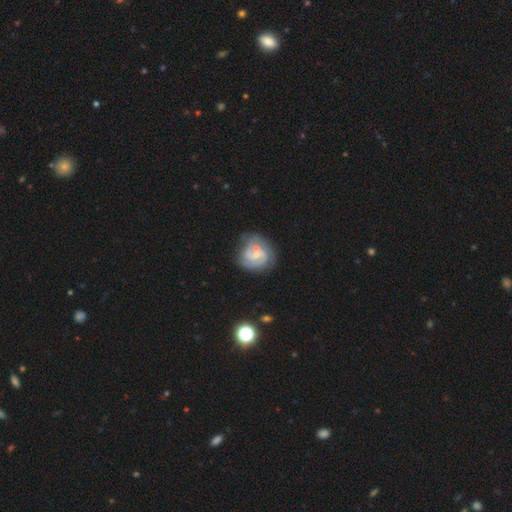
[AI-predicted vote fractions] Smooth or featured? featured or disk (77%)
Edge-on disk? no (98%)
Bar? weak (46%)
Spiral arms? yes (90%)
Spiral winding? medium (45%)
Spiral arm count? 2 (61%)
Bulge size? small (62%)
Merging? none (54%)